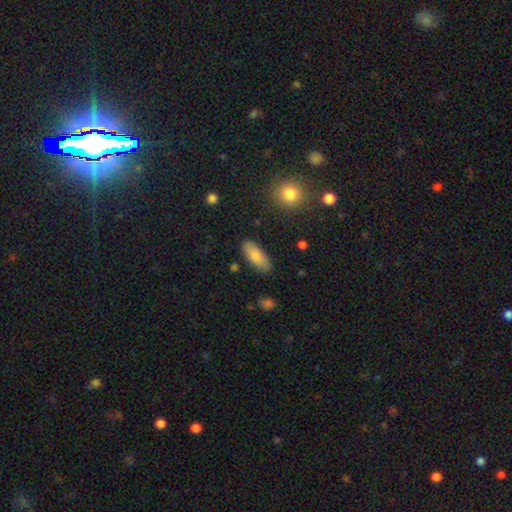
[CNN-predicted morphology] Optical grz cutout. It shows a smooth galaxy with no disk features (80%) that is in between round and cigar-shaped (80%). Merging: none (85%).